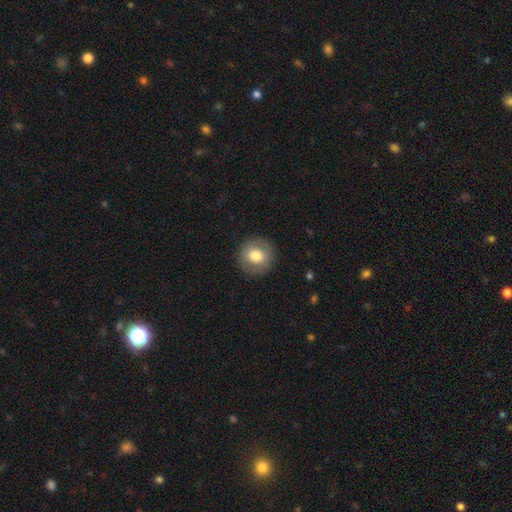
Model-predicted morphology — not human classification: type=smooth (74%); roundness=round (93%); merging=none (90%).